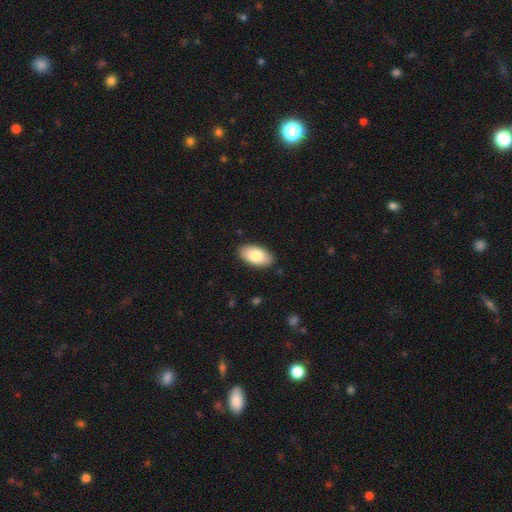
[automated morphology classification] Q: Smooth or featured?
A: smooth (82%); runner-up: featured or disk (12%)
Q: How rounded?
A: in between (95%); runner-up: round (3%)
Q: Merging?
A: none (88%); runner-up: minor disturbance (9%)